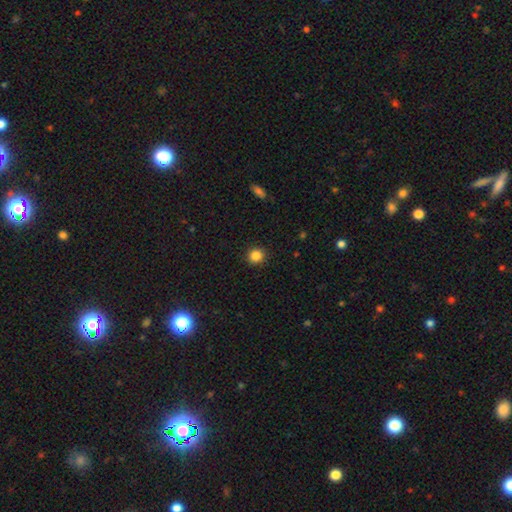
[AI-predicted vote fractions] Overall: smooth (85%). How rounded: round (93%). Merging: none (92%).